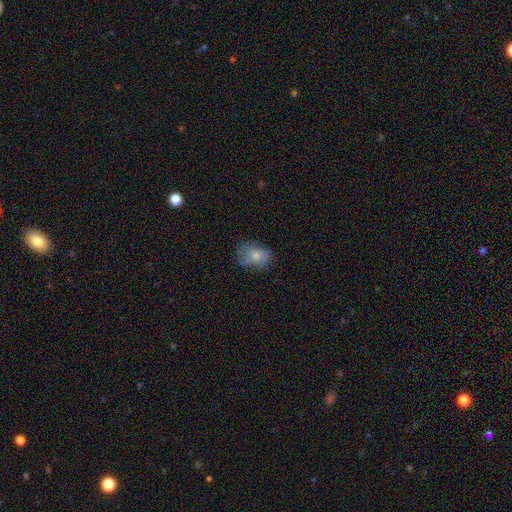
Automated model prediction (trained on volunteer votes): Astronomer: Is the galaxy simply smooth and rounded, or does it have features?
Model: smooth — 78%.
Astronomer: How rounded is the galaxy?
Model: in between — 66%.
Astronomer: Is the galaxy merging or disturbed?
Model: none — 65%.